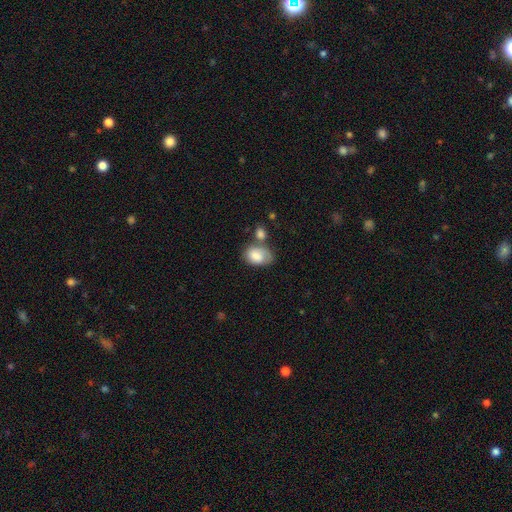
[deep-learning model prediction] Smooth or featured: smooth — 76% (featured or disk — 17%)
How rounded: in between — 82% (round — 16%)
Merging: none — 38% (merger — 27%)